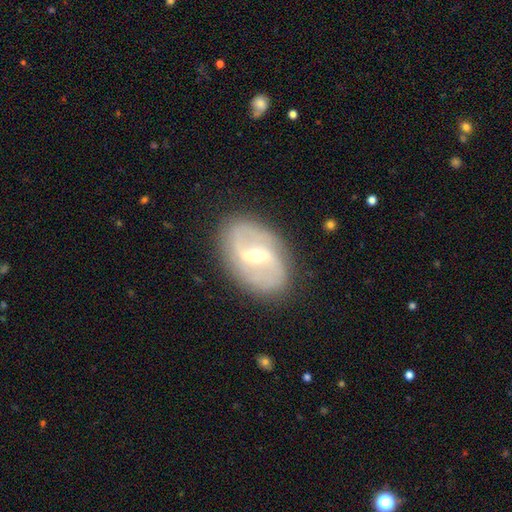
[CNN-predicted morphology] A featured or disk galaxy (83%) with a weak bar (47%), 2 (85%) loose (44%) spiral arms (87%) and a moderate central bulge (48%, tied with small). Merging: none (83%).